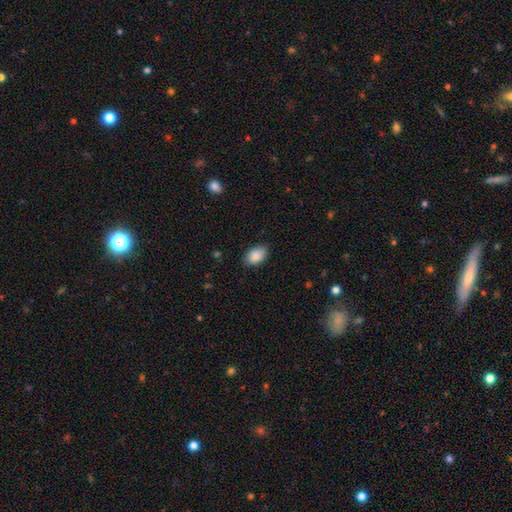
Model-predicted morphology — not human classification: smooth-or-featured: smooth: 89% | star or artifact: 7% | featured or disk: 5%
  how-rounded: in between: 88% | round: 11% | cigar-shaped: 1%
  merging: none: 79% | minor disturbance: 17% | major disturbance: 3% | merger: 1%